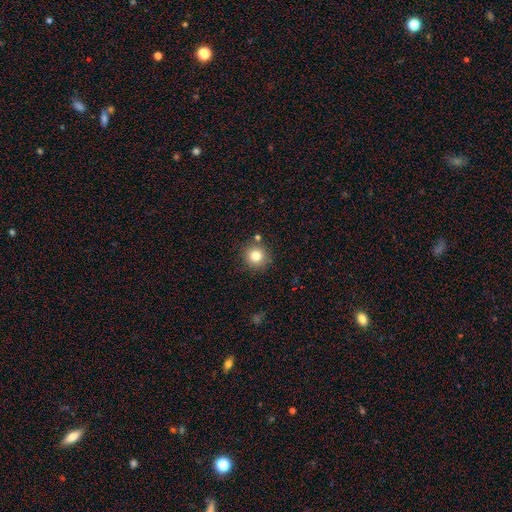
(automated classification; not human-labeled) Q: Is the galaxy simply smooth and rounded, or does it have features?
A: smooth — 80%.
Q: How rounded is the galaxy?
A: round — 94%.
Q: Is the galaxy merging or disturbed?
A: none — 84%.